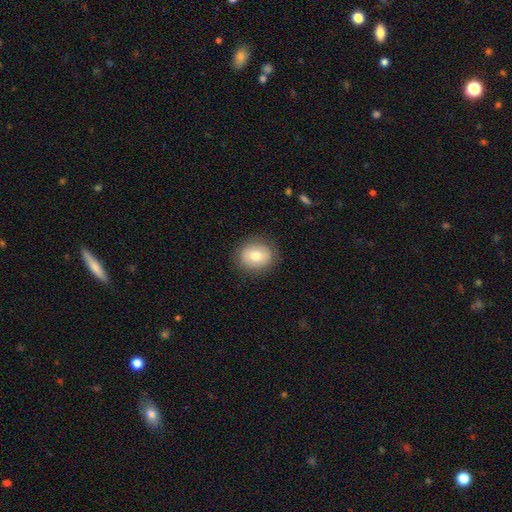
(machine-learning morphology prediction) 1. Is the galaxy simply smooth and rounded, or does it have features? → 75% smooth, 17% featured or disk, 8% star or artifact.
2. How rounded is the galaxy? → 67% round, 32% in between, 1% cigar-shaped.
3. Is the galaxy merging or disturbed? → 86% none, 10% minor disturbance, 3% major disturbance, 1% merger.